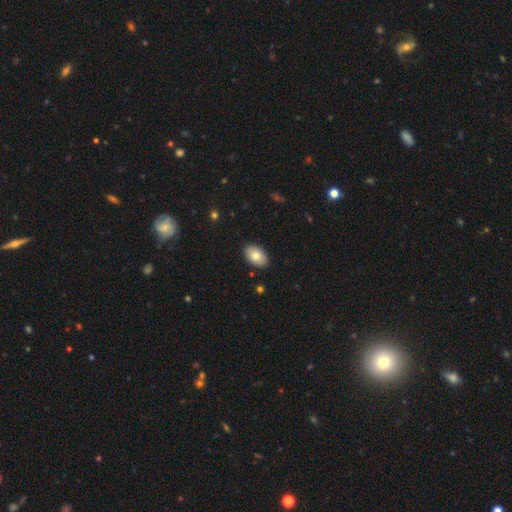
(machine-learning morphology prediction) type=smooth (81%); roundness=in between (91%); merging=none (89%).